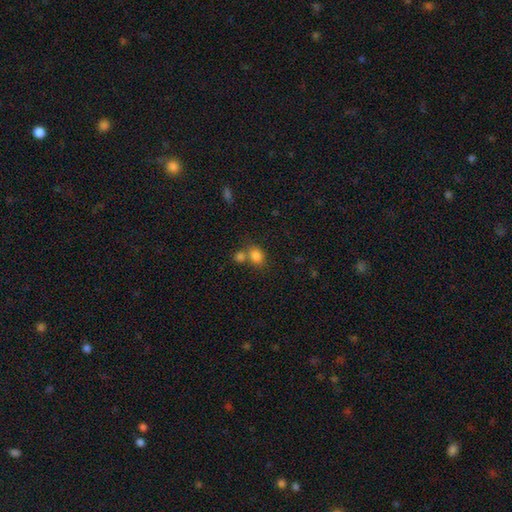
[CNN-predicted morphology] Q: Smooth or featured?
A: smooth (82%); runner-up: star or artifact (11%)
Q: How rounded?
A: in between (57%); runner-up: round (42%)
Q: Merging?
A: none (49%); runner-up: merger (37%)